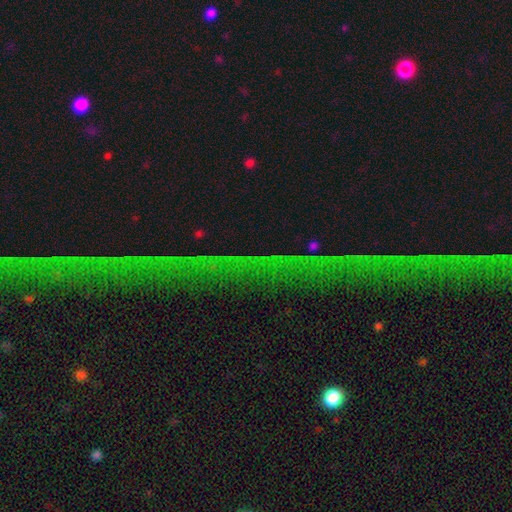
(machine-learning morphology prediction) This is likely a star or artifact rather than a galaxy (73%).